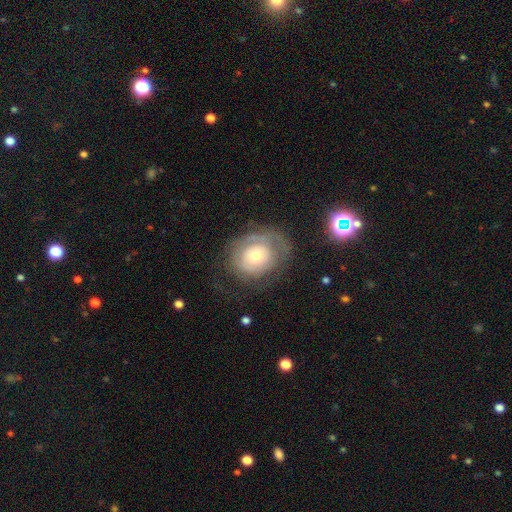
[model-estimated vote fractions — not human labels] A featured or disk galaxy (54%) with no bar (84%), spiral arms (55%) and a moderate central bulge (51%). Merging: none (56%).